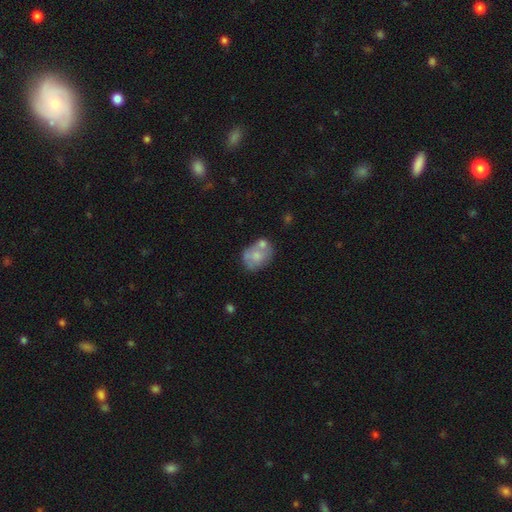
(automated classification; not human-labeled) Morphology: type=smooth (59%); roundness=in between (60%); merging=none (38%).